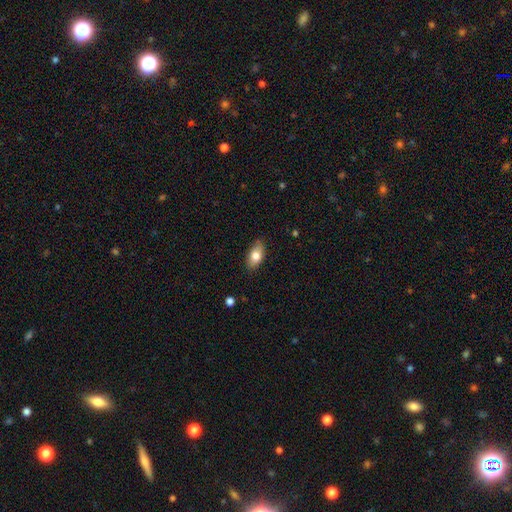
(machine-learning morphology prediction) smooth_or_featured: smooth (p=0.77) [alt: featured or disk p=0.16]
how_rounded: in between (p=0.90) [alt: round p=0.05]
merging: none (p=0.84) [alt: minor disturbance p=0.12]